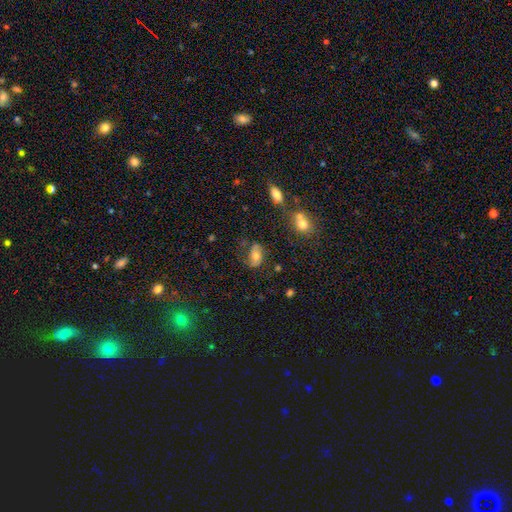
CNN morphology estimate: smooth-or-featured: featured or disk: 46% | smooth: 43% | star or artifact: 11%
  merging: none: 58% | minor disturbance: 23% | major disturbance: 16% | merger: 4%